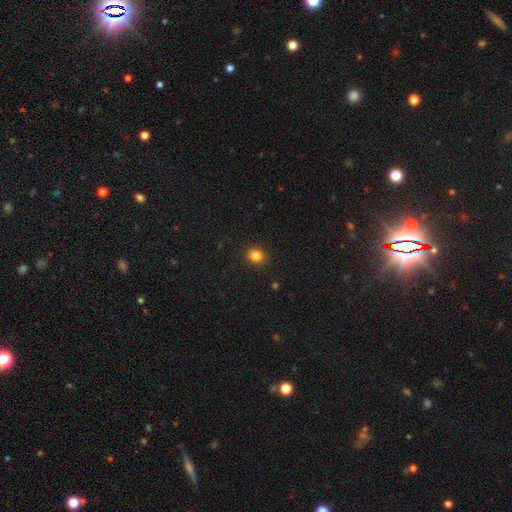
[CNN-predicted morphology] smooth_or_featured: smooth (p=0.84) [alt: star or artifact p=0.12]
how_rounded: round (p=0.70) [alt: in between p=0.29]
merging: none (p=0.91) [alt: minor disturbance p=0.06]